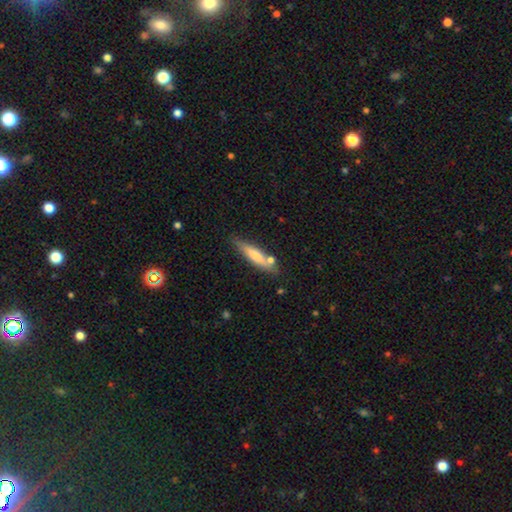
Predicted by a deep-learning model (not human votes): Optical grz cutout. It shows a smooth galaxy with no disk features (69%) that is cigar-shaped (81%). Merging: none (70%).